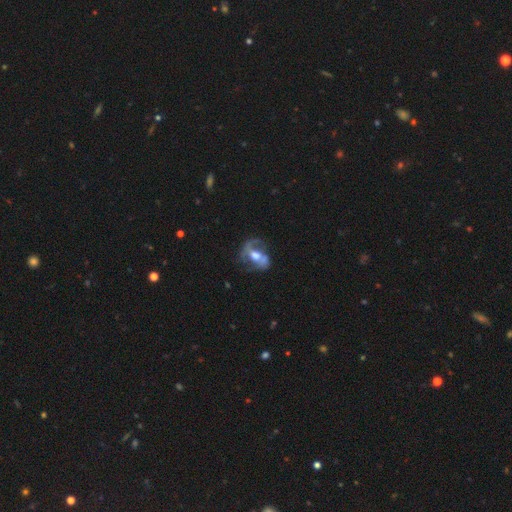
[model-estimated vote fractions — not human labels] smooth_or_featured: featured or disk (p=0.71) [alt: smooth p=0.22]
disk_edge_on: no (p=0.96) [alt: yes p=0.04]
bar: no (p=0.47) [alt: weak p=0.34]
has_spiral_arms: yes (p=0.70) [alt: no p=0.30]
bulge_size: moderate (p=0.53) [alt: large p=0.31]
merging: none (p=0.43) [alt: major disturbance p=0.28]